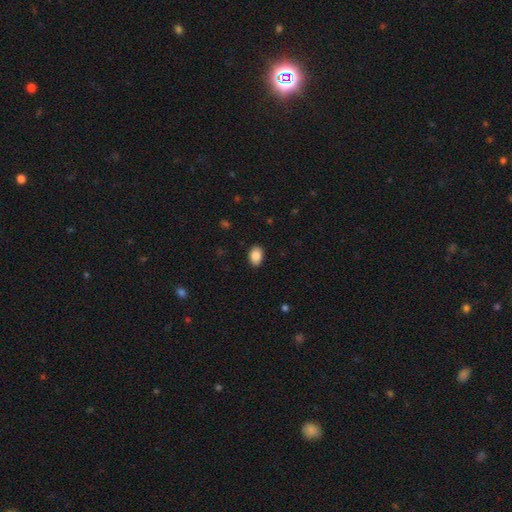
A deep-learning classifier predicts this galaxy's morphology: smooth_or_featured: smooth (p=0.88) [alt: star or artifact p=0.08]
how_rounded: in between (p=0.83) [alt: round p=0.16]
merging: none (p=0.89) [alt: minor disturbance p=0.08]